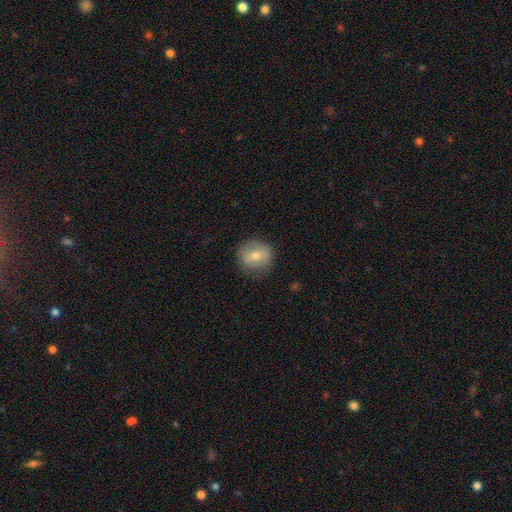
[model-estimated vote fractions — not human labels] Smooth or featured? smooth (61%)
How rounded? round (83%)
Merging? none (84%)